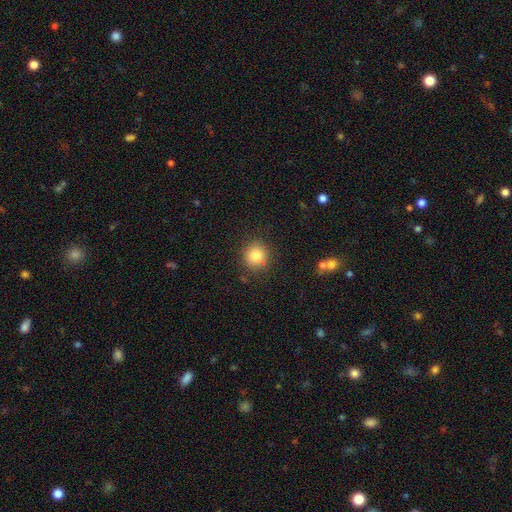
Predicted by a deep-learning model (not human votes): A smooth galaxy with no disk features (82%) that is round (89%). Merging: none (86%).